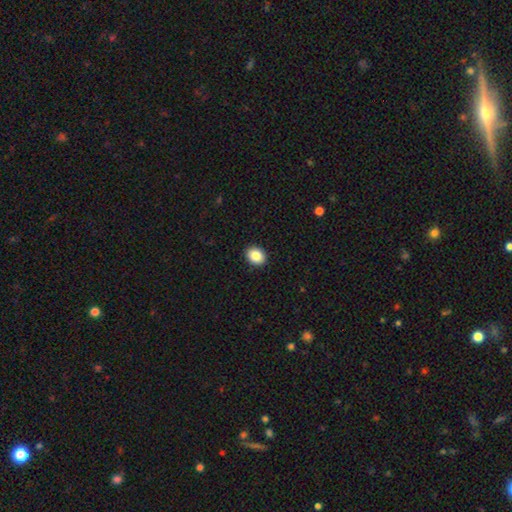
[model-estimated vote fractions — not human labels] smooth-or-featured: smooth: 86% | star or artifact: 9% | featured or disk: 5%
  how-rounded: in between: 52% | round: 47% | cigar-shaped: 1%
  merging: none: 92% | minor disturbance: 6% | major disturbance: 2% | merger: 1%